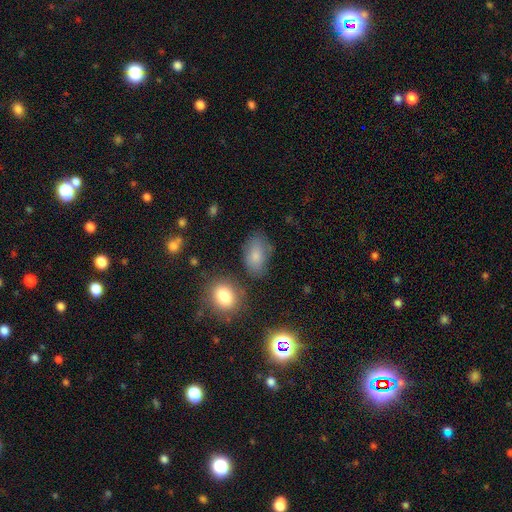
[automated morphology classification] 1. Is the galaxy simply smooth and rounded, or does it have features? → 79% smooth, 11% star or artifact, 10% featured or disk.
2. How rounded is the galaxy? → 88% in between, 10% round, 2% cigar-shaped.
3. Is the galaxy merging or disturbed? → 64% none, 23% minor disturbance, 7% major disturbance, 6% merger.